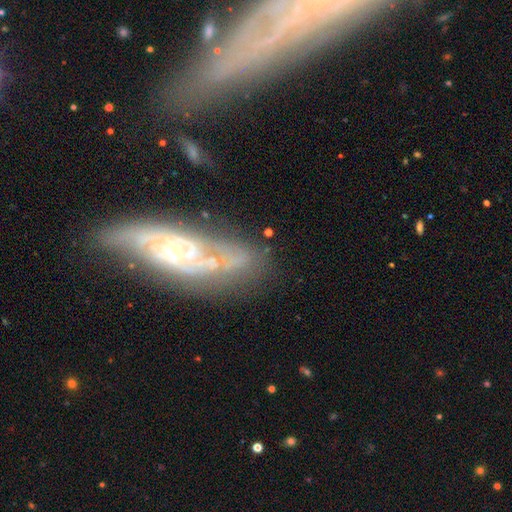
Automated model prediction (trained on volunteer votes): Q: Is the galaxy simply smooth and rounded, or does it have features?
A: featured or disk — 78%.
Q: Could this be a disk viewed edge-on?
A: no — 89%.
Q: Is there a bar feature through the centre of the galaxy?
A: no — 64%.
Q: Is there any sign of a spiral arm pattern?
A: yes — 87%.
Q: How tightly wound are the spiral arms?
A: tight — 53%.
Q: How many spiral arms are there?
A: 2 — 35%.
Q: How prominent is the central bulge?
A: small — 65%.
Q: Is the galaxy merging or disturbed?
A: none — 62%.